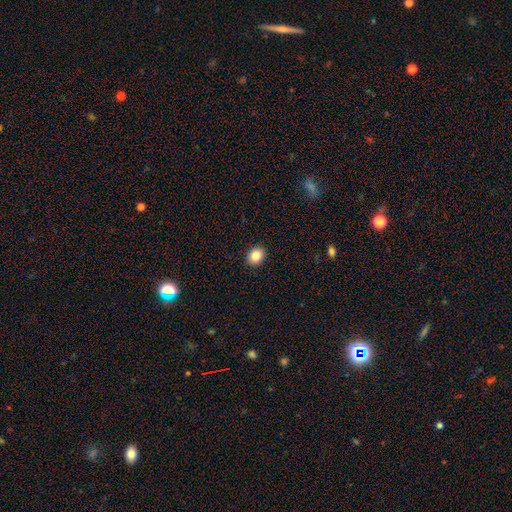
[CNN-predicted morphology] smooth 86%, star or artifact 9%, featured or disk 5%. Down the decision tree: how rounded — round (53%); merging — none (91%).